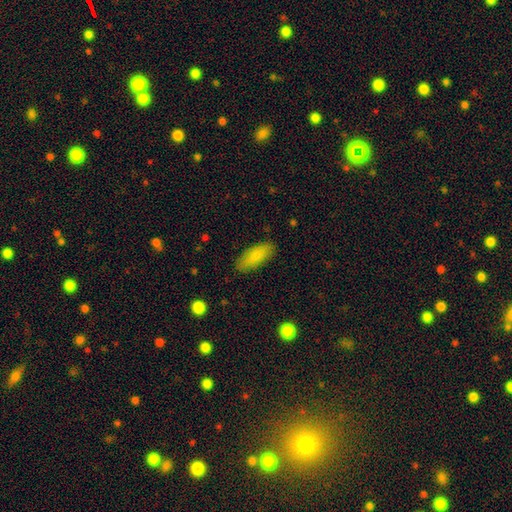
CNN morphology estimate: Smooth or featured? Predicted: smooth (p=0.86). How rounded? Predicted: in between (p=0.71). Merging? Predicted: none (p=0.87).